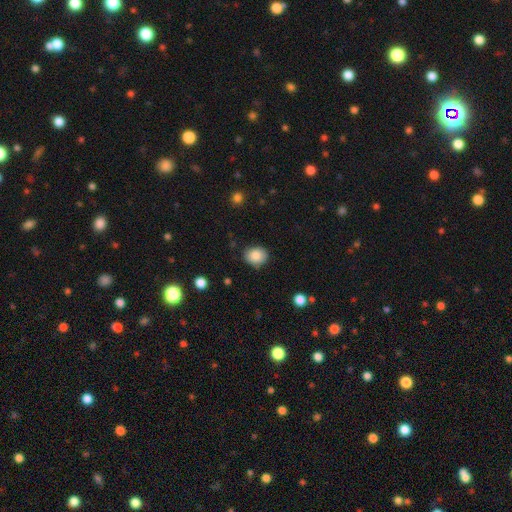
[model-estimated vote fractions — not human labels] Q: Smooth or featured?
A: smooth (87%); runner-up: star or artifact (8%)
Q: How rounded?
A: round (63%); runner-up: in between (36%)
Q: Merging?
A: none (81%); runner-up: minor disturbance (14%)